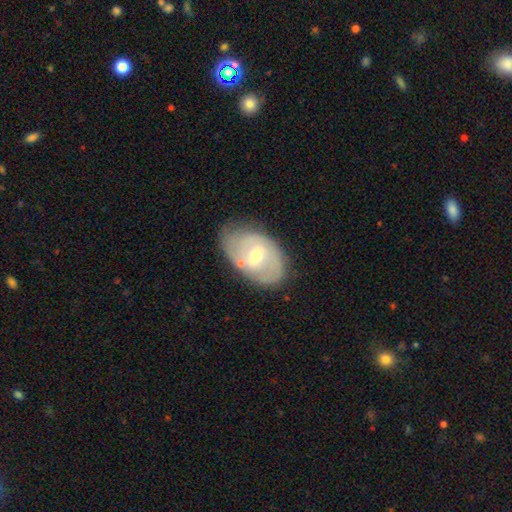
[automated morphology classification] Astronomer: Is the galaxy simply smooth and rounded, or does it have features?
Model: featured or disk — 64%.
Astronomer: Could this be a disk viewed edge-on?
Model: no — 94%.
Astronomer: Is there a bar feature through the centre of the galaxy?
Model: weak — 54% (runner-up: no, 31%).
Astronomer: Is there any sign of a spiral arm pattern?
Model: yes — 70%.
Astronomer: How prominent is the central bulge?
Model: moderate — 62%.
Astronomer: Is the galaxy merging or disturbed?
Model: none — 61%.